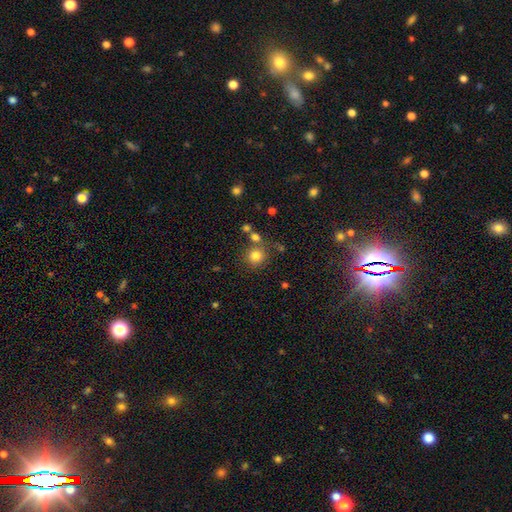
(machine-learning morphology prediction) A smooth galaxy with no disk features (81%) that is round (90%).

Vote fractions:
- Smooth or featured? smooth: 81% / star or artifact: 13% / featured or disk: 7%
- How rounded? round: 90% / in between: 9% / cigar-shaped: 1%
- Merging? none: 74% / merger: 13% / minor disturbance: 10% / major disturbance: 4%